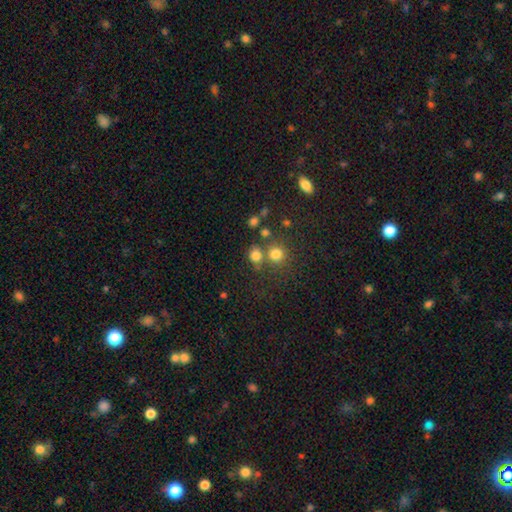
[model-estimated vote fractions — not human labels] This is likely a smooth galaxy (77%). How rounded: likely round (77%). Merging: possibly none (59%).